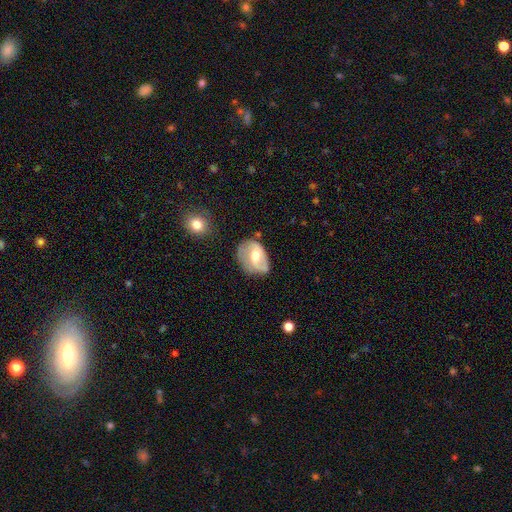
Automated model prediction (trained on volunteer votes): Smooth or featured? featured or disk (57%)
Edge-on disk? no (96%)
Bar? weak (43%)
Spiral arms? yes (69%)
Bulge size? moderate (71%)
Merging? none (54%)